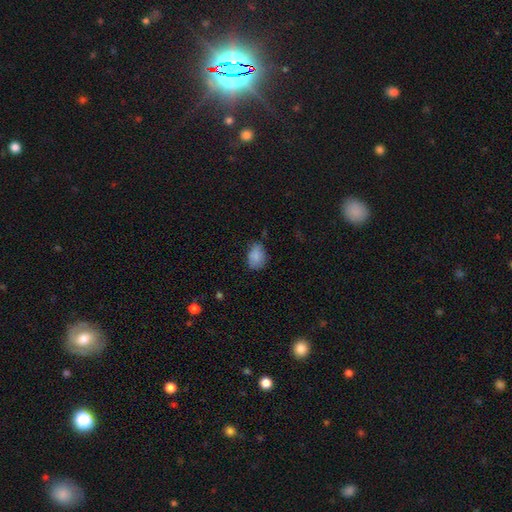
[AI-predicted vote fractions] A smooth galaxy with no disk features (83%) that is in between round and cigar-shaped (75%). Merging: none (63%).